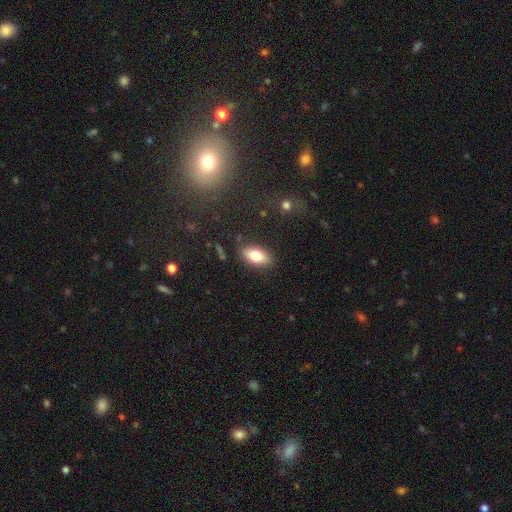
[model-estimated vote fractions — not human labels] The model was most divided on "smooth or featured": smooth: 80%, featured or disk: 13%, star or artifact: 7%. More confident: how rounded — in between (90%); merging — none (85%).